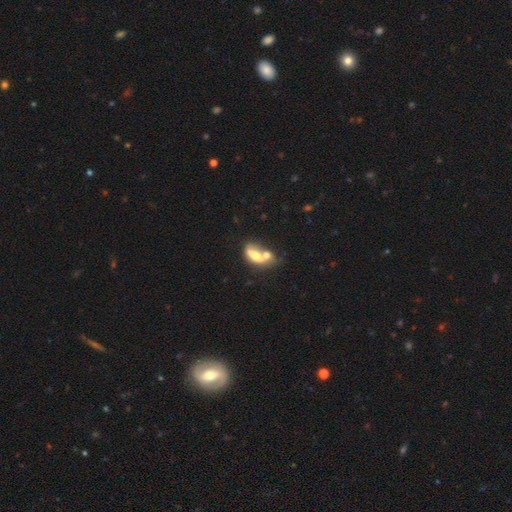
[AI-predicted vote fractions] smooth 54%, featured or disk 37%, star or artifact 9%. Down the decision tree: how rounded — in between (76%); merging — merger (60%).